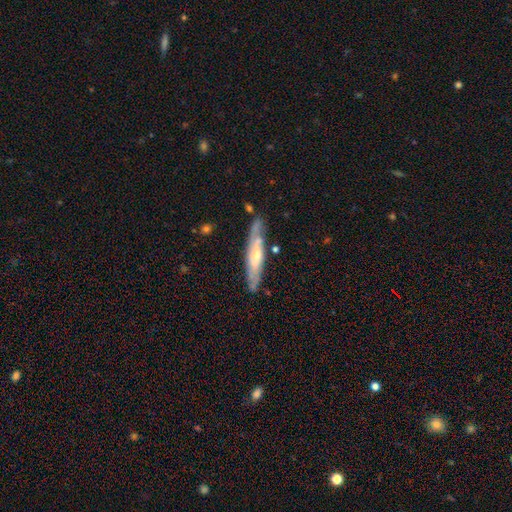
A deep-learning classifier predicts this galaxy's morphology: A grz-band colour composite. It shows a featured or disk galaxy (62%) viewed edge-on (61%). Merging: none (78%).